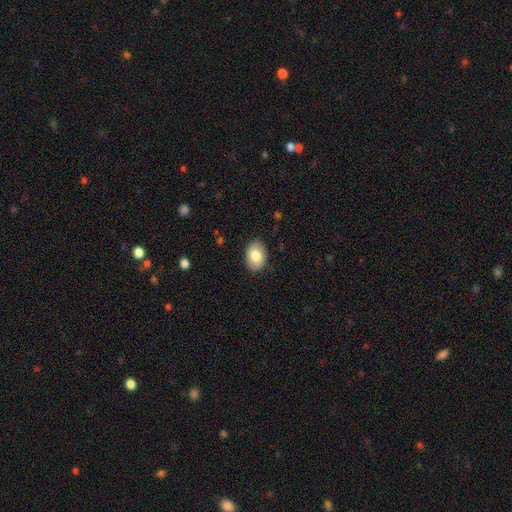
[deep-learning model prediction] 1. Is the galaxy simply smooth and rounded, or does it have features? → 80% smooth, 14% featured or disk, 7% star or artifact.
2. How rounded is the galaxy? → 84% in between, 15% round, 1% cigar-shaped.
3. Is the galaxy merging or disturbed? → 87% none, 10% minor disturbance, 2% major disturbance, 1% merger.